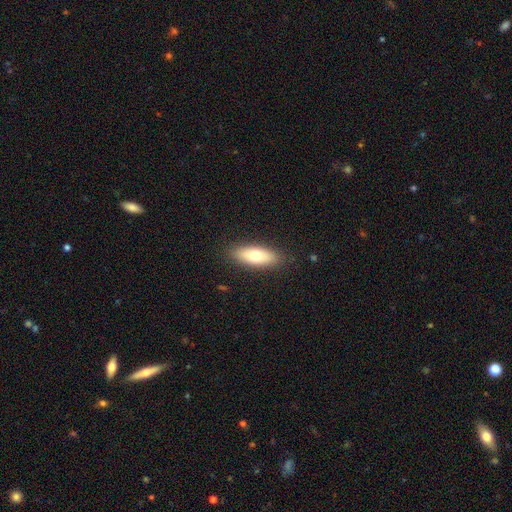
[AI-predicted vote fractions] smooth_or_featured: smooth (p=0.71) [alt: featured or disk p=0.23]
how_rounded: in between (p=0.67) [alt: cigar-shaped p=0.31]
merging: none (p=0.88) [alt: minor disturbance p=0.09]